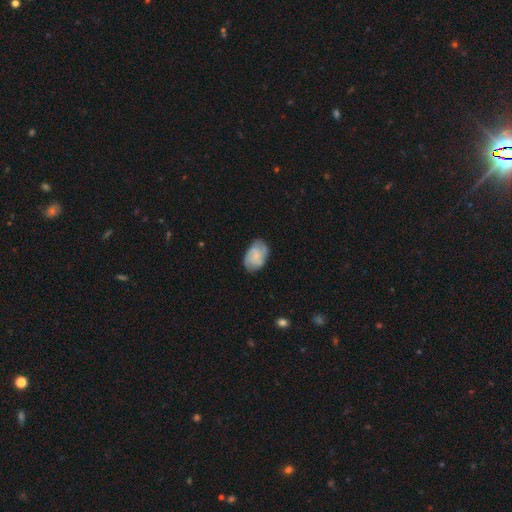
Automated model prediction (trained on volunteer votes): smooth-or-featured: featured or disk: 50% | smooth: 43% | star or artifact: 7%
  merging: none: 71% | minor disturbance: 22% | major disturbance: 6% | merger: 1%